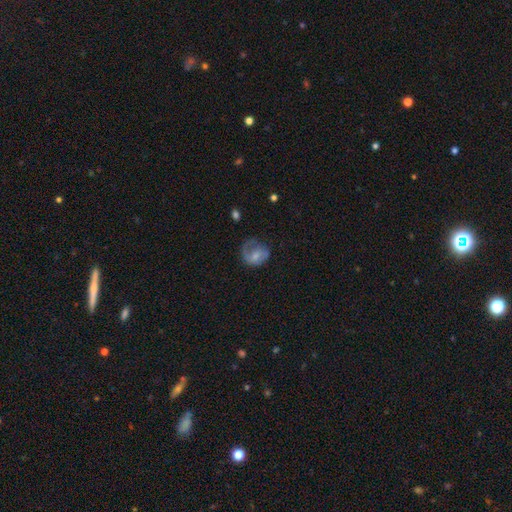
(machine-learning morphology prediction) type=smooth (47%); merging=none (39%).